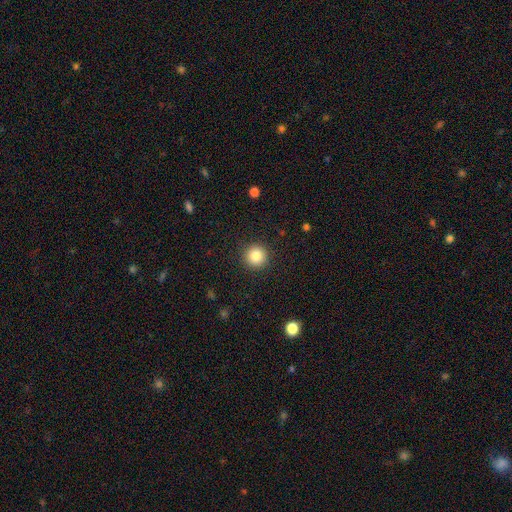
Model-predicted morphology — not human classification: Q: Smooth or featured?
A: smooth (83%); runner-up: star or artifact (10%)
Q: How rounded?
A: round (95%); runner-up: in between (4%)
Q: Merging?
A: none (92%); runner-up: minor disturbance (5%)